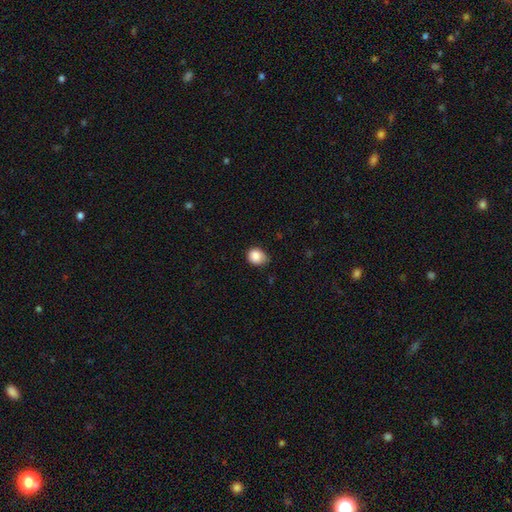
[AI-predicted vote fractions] A smooth galaxy with no disk features (86%) that is round (61%). Merging: none (61%).